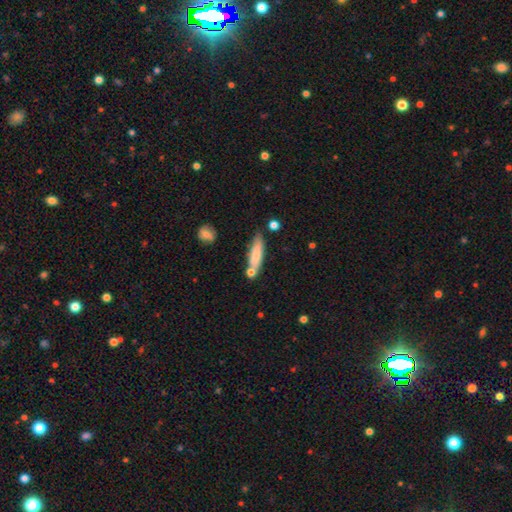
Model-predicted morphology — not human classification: A smooth galaxy with no disk features (73%) that is cigar-shaped (75%).

Vote fractions:
- Smooth or featured? smooth: 73% / featured or disk: 21% / star or artifact: 6%
- How rounded? cigar-shaped: 75% / in between: 24% / round: 2%
- Merging? none: 63% / minor disturbance: 17% / merger: 16% / major disturbance: 4%